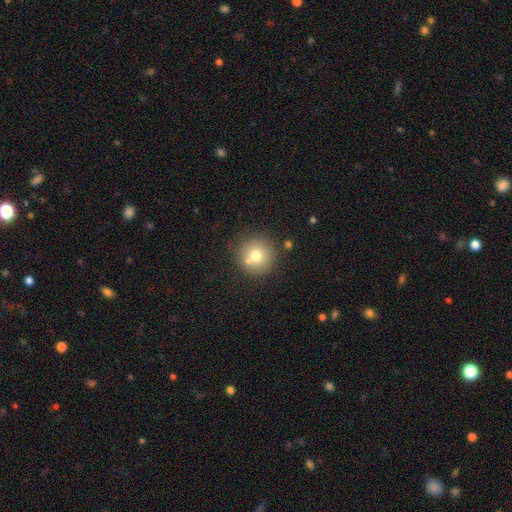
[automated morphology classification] This is likely a smooth galaxy (73%). How rounded: clearly round (94%). Merging: likely none (73%).